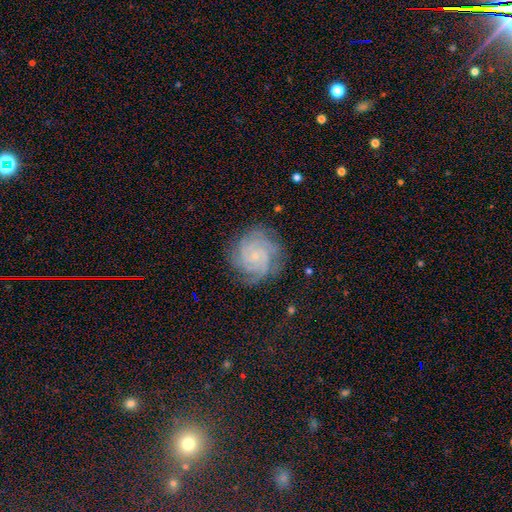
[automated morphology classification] Q: Smooth or featured?
A: featured or disk (86%); runner-up: star or artifact (7%)
Q: Edge-on disk?
A: no (98%); runner-up: yes (2%)
Q: Bar?
A: no (72%); runner-up: weak (23%)
Q: Spiral arms?
A: yes (98%); runner-up: no (2%)
Q: Spiral winding?
A: tight (79%); runner-up: medium (19%)
Q: Spiral arm count?
A: 3 (28%); runner-up: 4 (27%)
Q: Bulge size?
A: small (80%); runner-up: moderate (10%)
Q: Merging?
A: none (81%); runner-up: minor disturbance (13%)